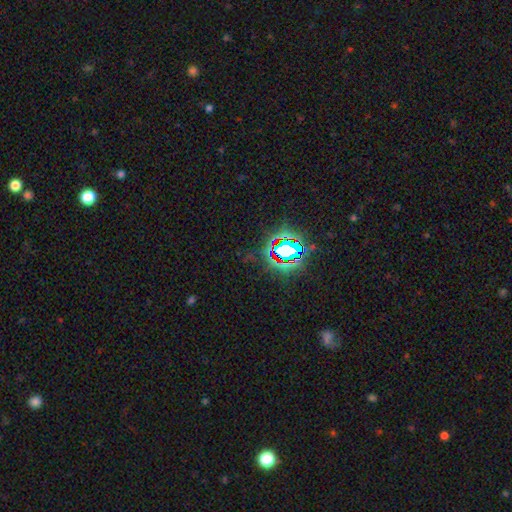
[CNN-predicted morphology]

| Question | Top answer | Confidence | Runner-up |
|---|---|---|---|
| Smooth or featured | star or artifact | 81% | smooth (12%) |